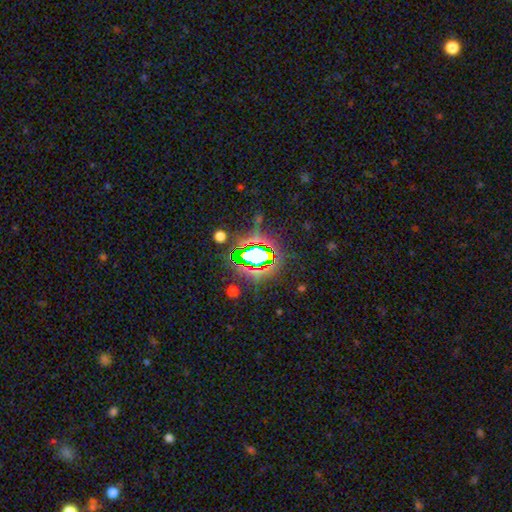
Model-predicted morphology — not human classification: Smooth or featured: star or artifact — 69% (smooth — 19%)